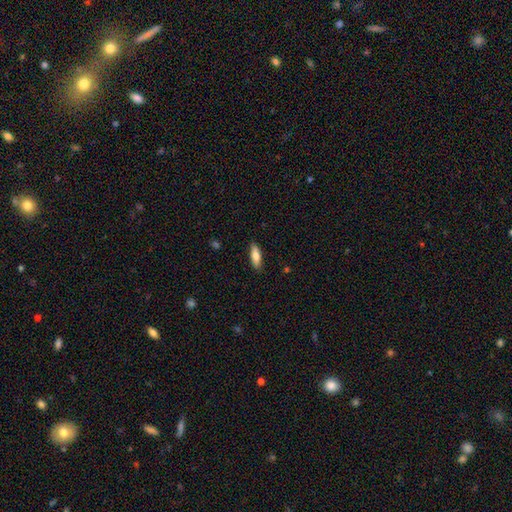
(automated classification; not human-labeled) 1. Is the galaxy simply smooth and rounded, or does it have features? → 80% smooth, 14% featured or disk, 6% star or artifact.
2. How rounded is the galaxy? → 56% in between, 42% cigar-shaped, 2% round.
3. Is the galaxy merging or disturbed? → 88% none, 9% minor disturbance, 2% major disturbance, 1% merger.